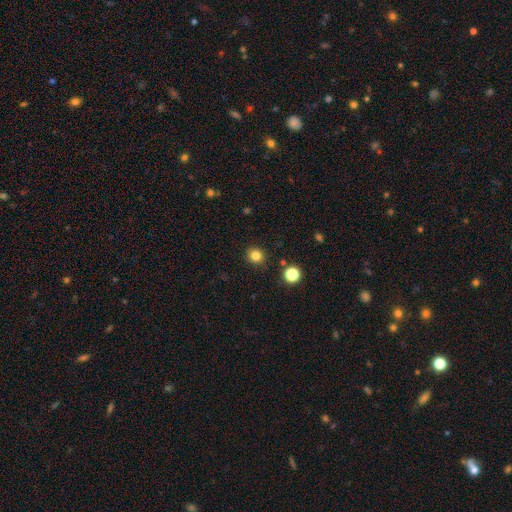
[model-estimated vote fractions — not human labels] Morphology: type=smooth (82%); roundness=round (86%); merging=none (90%).